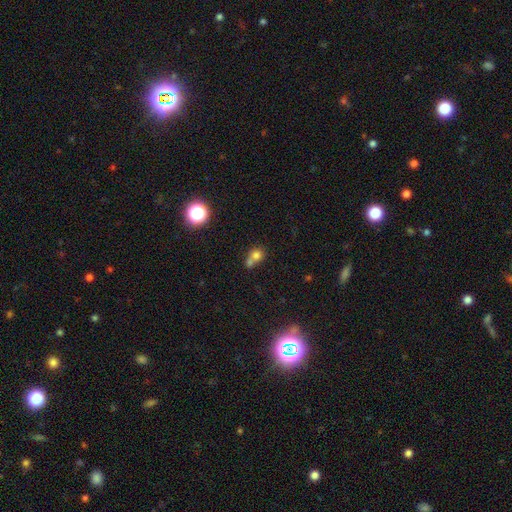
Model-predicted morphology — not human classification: Smooth or featured?
  - smooth: 73% *
  - star or artifact: 14%
  - featured or disk: 12%
How rounded?
  - round: 77% *
  - in between: 22%
  - cigar-shaped: 1%
Merging?
  - merger: 53% *
  - none: 35%
  - minor disturbance: 8%
  - major disturbance: 4%